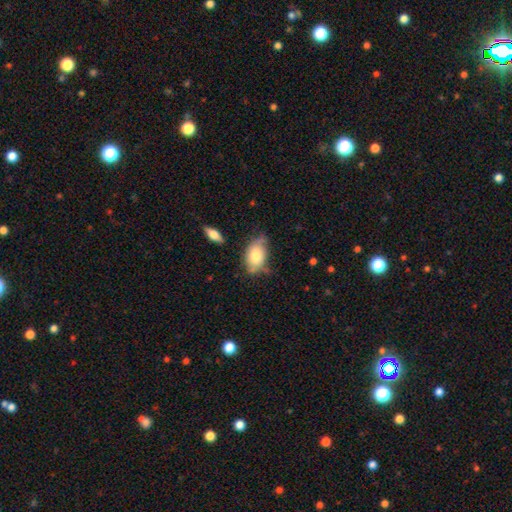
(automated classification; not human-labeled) A smooth galaxy with no disk features (76%) that is in between round and cigar-shaped (90%). Merging: none (55%).